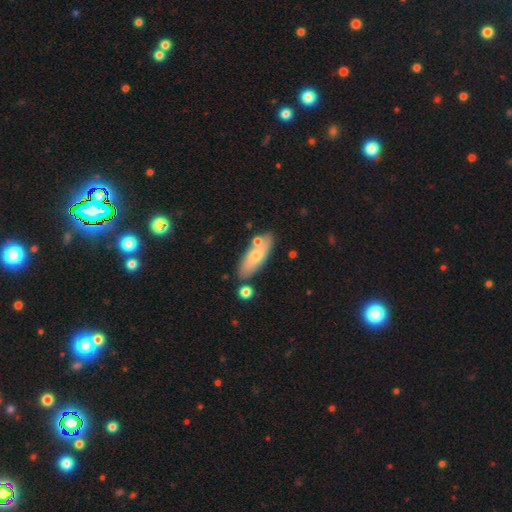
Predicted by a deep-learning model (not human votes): Q: Smooth or featured?
A: smooth (63%); runner-up: featured or disk (31%)
Q: How rounded?
A: in between (63%); runner-up: cigar-shaped (34%)
Q: Merging?
A: none (74%); runner-up: minor disturbance (14%)